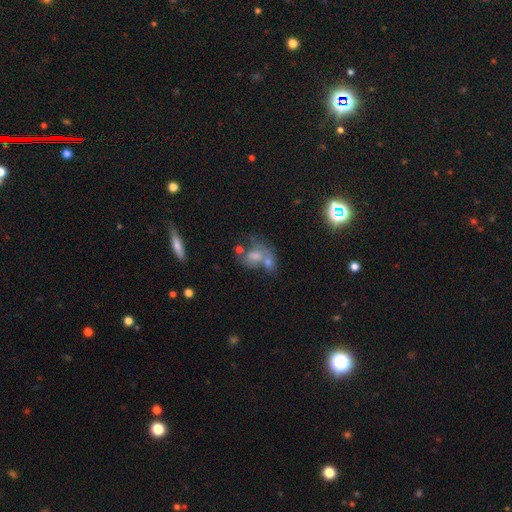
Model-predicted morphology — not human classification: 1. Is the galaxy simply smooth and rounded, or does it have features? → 42% smooth, 34% featured or disk, 24% star or artifact.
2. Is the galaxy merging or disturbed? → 41% merger, 34% none, 13% minor disturbance, 11% major disturbance.